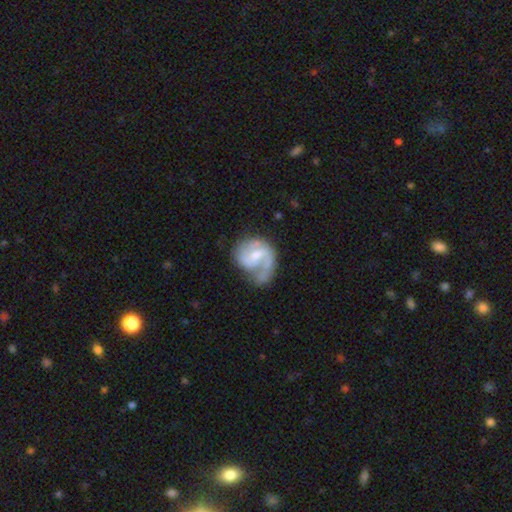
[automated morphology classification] featured or disk 80%, smooth 15%, star or artifact 5%. Down the decision tree: edge-on disk — no (98%); bar — weak (51%); spiral arms — yes (92%); spiral arm count — 2 (53%); spiral winding — medium (46%); bulge size — moderate (50%); merging — none (44%).